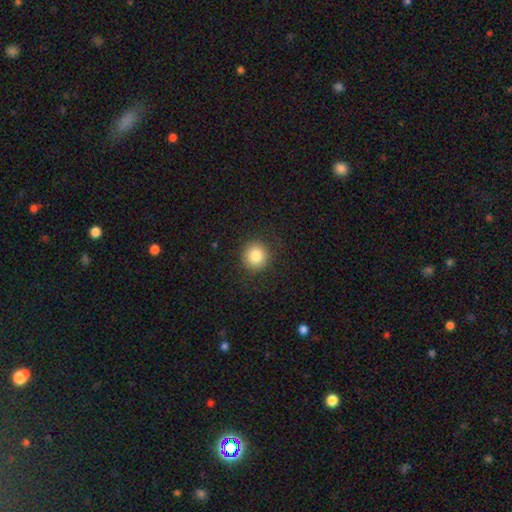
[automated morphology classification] A smooth galaxy with no disk features (83%) that is round (93%). Merging: none (89%).